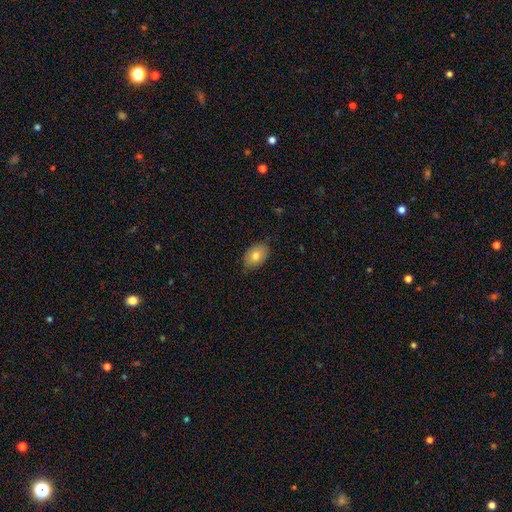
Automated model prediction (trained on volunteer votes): This appears to be a smooth galaxy with no disk features (78%) that is in between round and cigar-shaped (84%). Merging: none (78%).